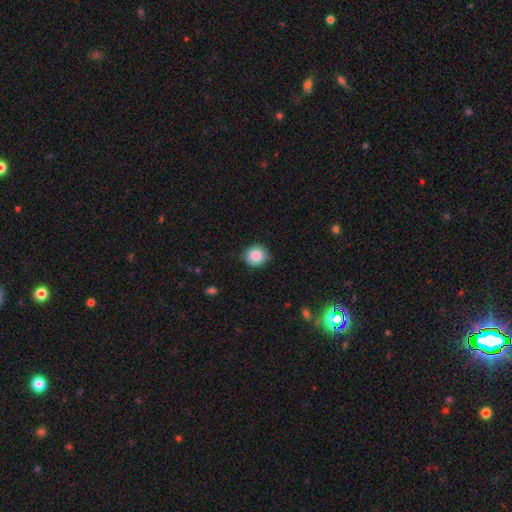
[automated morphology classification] Q: Smooth or featured?
A: smooth (85%); runner-up: star or artifact (9%)
Q: How rounded?
A: round (88%); runner-up: in between (11%)
Q: Merging?
A: none (83%); runner-up: minor disturbance (13%)